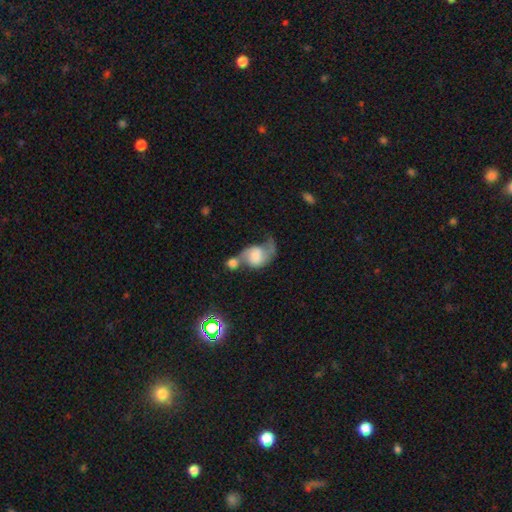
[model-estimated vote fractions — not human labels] Smooth or featured?
  - featured or disk: 59% *
  - smooth: 33%
  - star or artifact: 8%
Edge-on disk?
  - no: 97% *
  - yes: 3%
Bar?
  - no: 66% *
  - weak: 28%
  - strong: 7%
Spiral arms?
  - yes: 86% *
  - no: 14%
Bulge size?
  - none: 27% *
  - large: 24%
  - moderate: 21%
  - small: 20%
  - dominant: 9%
Merging?
  - merger: 54% *
  - major disturbance: 18%
  - none: 16%
  - minor disturbance: 12%